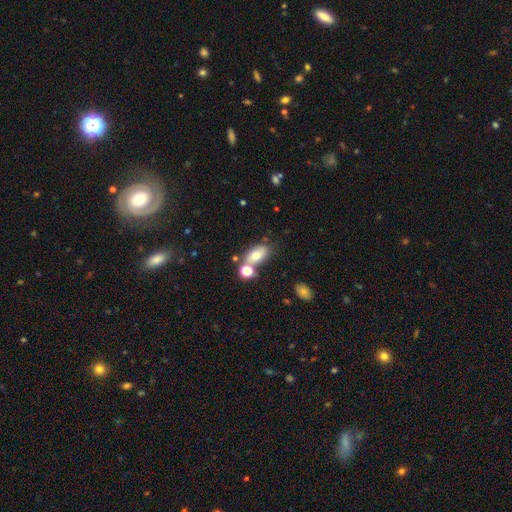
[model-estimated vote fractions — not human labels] smooth-or-featured: smooth: 73% | featured or disk: 17% | star or artifact: 10%
  how-rounded: in between: 85% | round: 11% | cigar-shaped: 4%
  merging: none: 51% | merger: 29% | minor disturbance: 14% | major disturbance: 6%